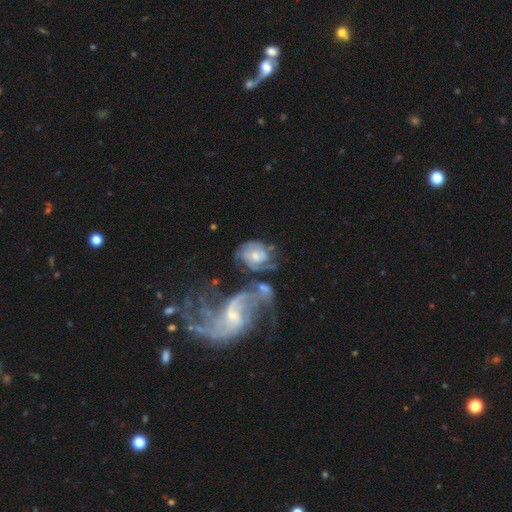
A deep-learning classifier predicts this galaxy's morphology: Q: Smooth or featured?
A: featured or disk (73%); runner-up: smooth (20%)
Q: Edge-on disk?
A: no (97%); runner-up: yes (3%)
Q: Bar?
A: no (63%); runner-up: weak (30%)
Q: Spiral arms?
A: yes (83%); runner-up: no (17%)
Q: Spiral winding?
A: tight (43%); runner-up: medium (38%)
Q: Spiral arm count?
A: 2 (40%); runner-up: can't tell (32%)
Q: Bulge size?
A: moderate (51%); runner-up: small (33%)
Q: Merging?
A: merger (45%); runner-up: none (23%)